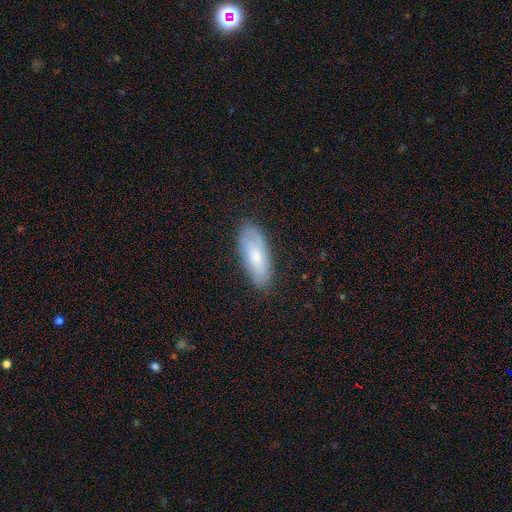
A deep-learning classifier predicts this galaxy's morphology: A smooth galaxy with no disk features (64%) that is in between round and cigar-shaped (77%). Merging: none (80%).